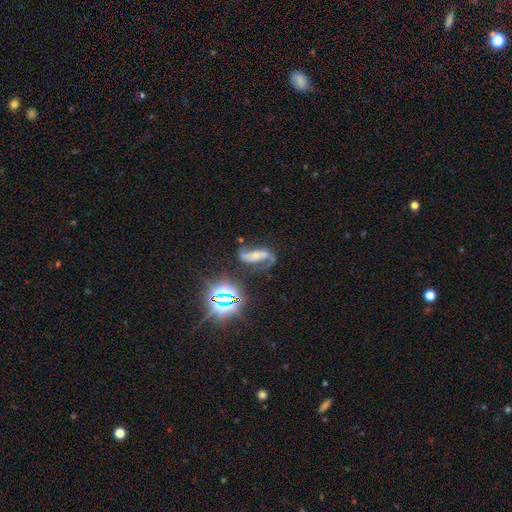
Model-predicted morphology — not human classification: featured or disk 74%, star or artifact 15%, smooth 11%. Down the decision tree: edge-on disk — no (93%); bar — strong (38%); spiral arms — yes (92%); spiral arm count — 2 (84%); spiral winding — loose (54%); bulge size — small (51%); merging — none (56%).